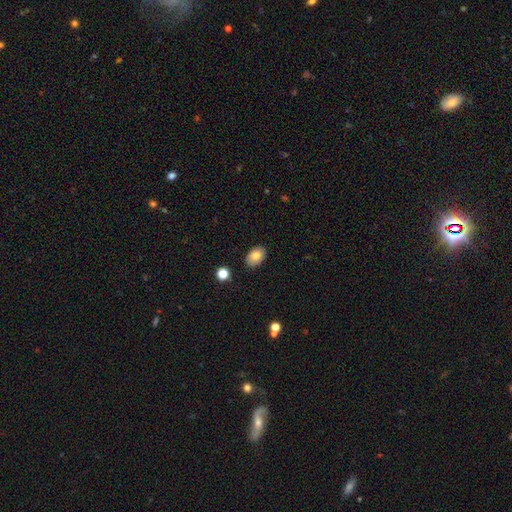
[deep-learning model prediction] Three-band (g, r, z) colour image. It shows a smooth galaxy with no disk features (81%) that is in between round and cigar-shaped (85%). Merging: none (86%).